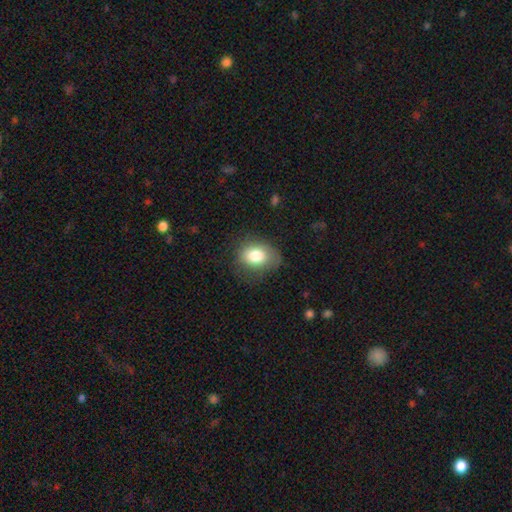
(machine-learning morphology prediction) smooth-or-featured: smooth: 80% | featured or disk: 12% | star or artifact: 8%
  how-rounded: in between: 65% | round: 34% | cigar-shaped: 1%
  merging: none: 69% | minor disturbance: 21% | major disturbance: 8% | merger: 1%